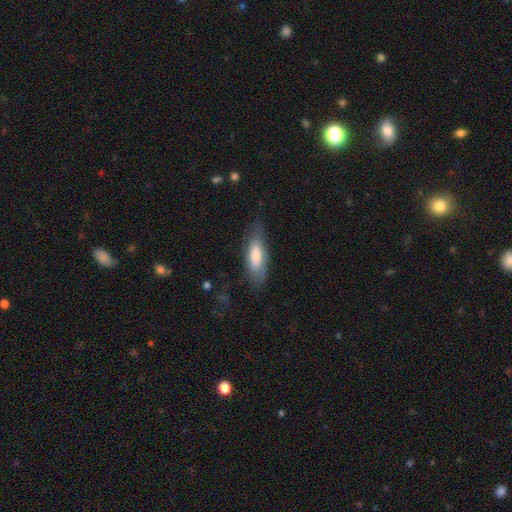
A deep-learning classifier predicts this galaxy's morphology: smooth-or-featured: smooth: 69% | featured or disk: 25% | star or artifact: 6%
  how-rounded: in between: 61% | cigar-shaped: 37% | round: 2%
  merging: none: 72% | minor disturbance: 20% | major disturbance: 7% | merger: 1%